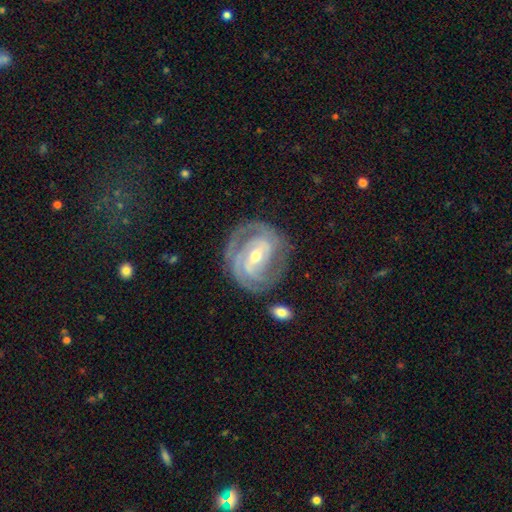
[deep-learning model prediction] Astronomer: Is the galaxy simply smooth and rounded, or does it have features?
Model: featured or disk — 89%.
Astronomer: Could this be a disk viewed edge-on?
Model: no — 97%.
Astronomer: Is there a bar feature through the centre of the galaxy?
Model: weak — 42% (runner-up: strong, 36%).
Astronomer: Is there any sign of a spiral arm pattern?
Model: yes — 97%.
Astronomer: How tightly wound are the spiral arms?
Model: tight — 71%.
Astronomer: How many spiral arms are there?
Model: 2 — 47% (runner-up: 3, 25%).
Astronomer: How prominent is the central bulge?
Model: moderate — 51% (runner-up: small, 46%).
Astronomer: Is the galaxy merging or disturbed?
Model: none — 76%.